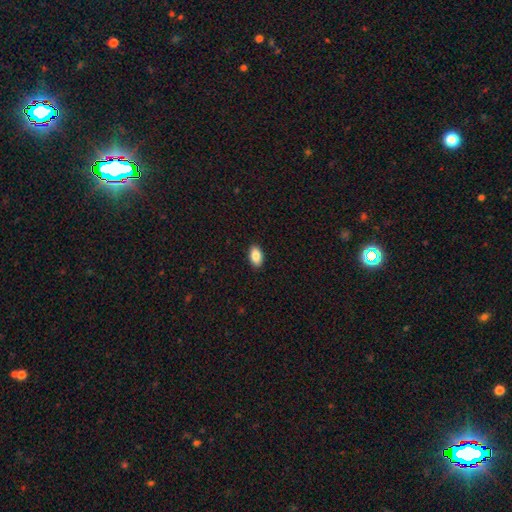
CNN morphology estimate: The model was most divided on "smooth or featured": smooth: 88%, star or artifact: 7%, featured or disk: 5%. More confident: how rounded — in between (93%); merging — none (90%).